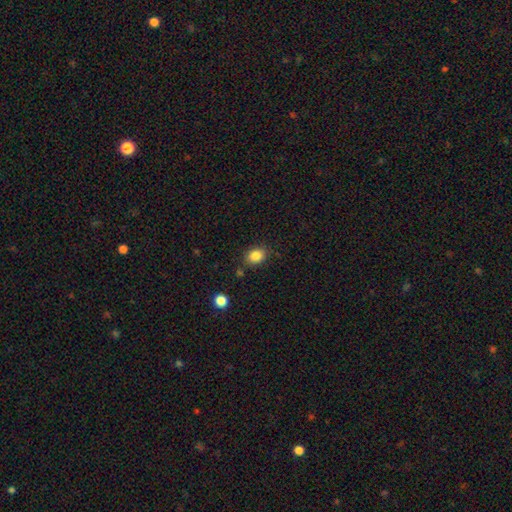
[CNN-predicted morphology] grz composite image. It shows a smooth galaxy with no disk features (85%) that is in between round and cigar-shaped (63%). Merging: none (81%).